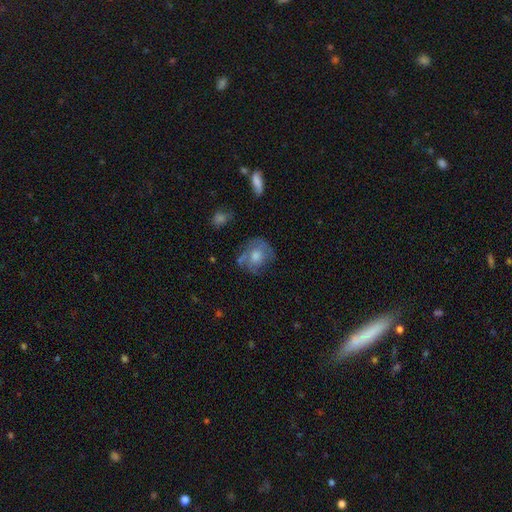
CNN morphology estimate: smooth-or-featured: featured or disk: 51% | smooth: 37% | star or artifact: 12%
  disk-edge-on: no: 96% | yes: 4%
  merging: none: 61% | minor disturbance: 22% | major disturbance: 12% | merger: 4%